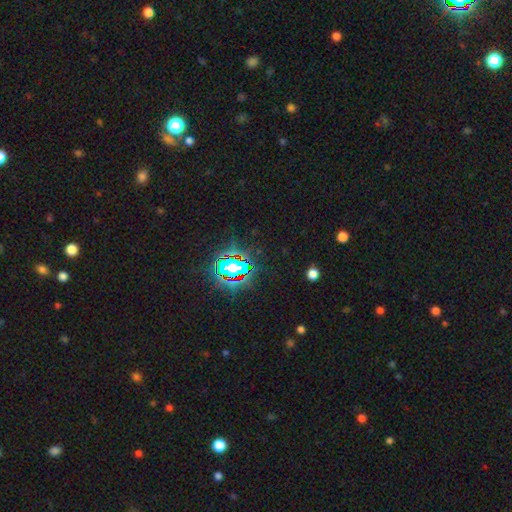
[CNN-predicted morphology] A star or artifact, not a galaxy (82%).

Vote fractions:
- Smooth or featured? star or artifact: 82% / smooth: 11% / featured or disk: 7%